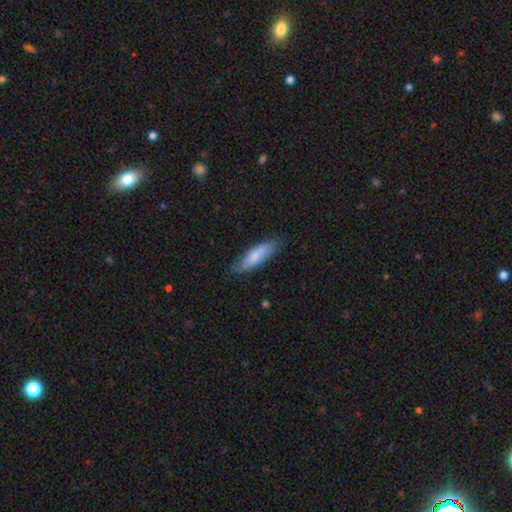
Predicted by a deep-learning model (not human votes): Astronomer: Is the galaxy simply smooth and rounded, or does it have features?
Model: smooth — 73%.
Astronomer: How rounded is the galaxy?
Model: cigar-shaped — 59% (runner-up: in between, 39%).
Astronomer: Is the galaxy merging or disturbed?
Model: none — 76%.